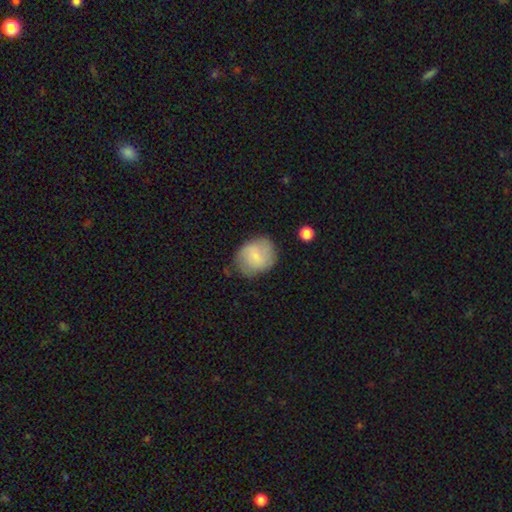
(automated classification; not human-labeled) Smooth or featured? Predicted: smooth (p=0.67). How rounded? Predicted: round (p=0.60). Merging? Predicted: none (p=0.68).